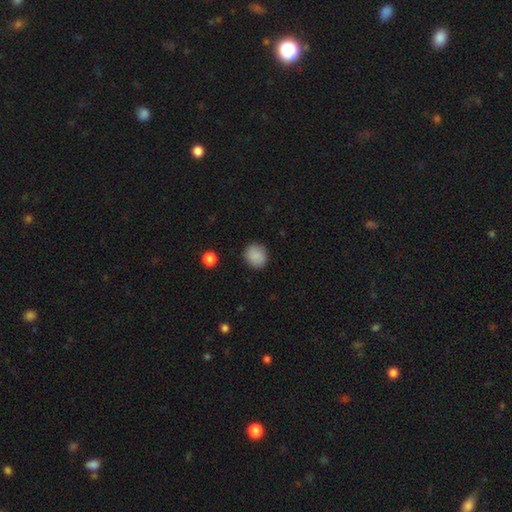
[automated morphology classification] smooth 87%, star or artifact 9%, featured or disk 4%. Down the decision tree: how rounded — round (82%); merging — none (88%).